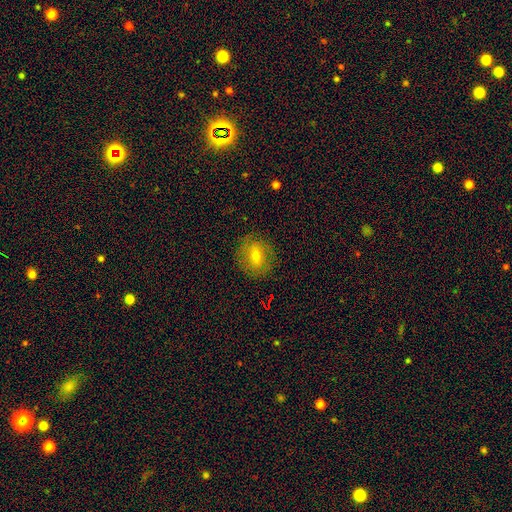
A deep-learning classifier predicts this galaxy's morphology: This is possibly a smooth galaxy (58%). How rounded: possibly round (59%). Merging: clearly none (83%).